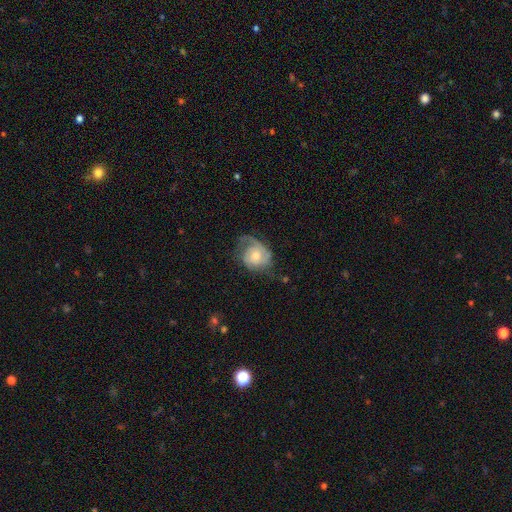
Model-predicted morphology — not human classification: Q: Smooth or featured?
A: featured or disk (69%); runner-up: smooth (25%)
Q: Edge-on disk?
A: no (97%); runner-up: yes (3%)
Q: Bar?
A: no (74%); runner-up: weak (23%)
Q: Spiral arms?
A: yes (90%); runner-up: no (10%)
Q: Spiral winding?
A: tight (40%); runner-up: medium (38%)
Q: Spiral arm count?
A: 2 (43%); runner-up: 1 (30%)
Q: Bulge size?
A: moderate (58%); runner-up: small (28%)
Q: Merging?
A: none (48%); runner-up: minor disturbance (28%)